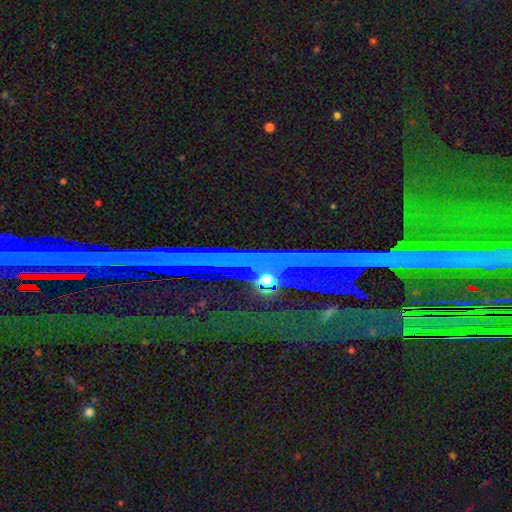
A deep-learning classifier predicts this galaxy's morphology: The model was most divided on "smooth or featured": star or artifact: 85%, featured or disk: 9%, smooth: 6%.